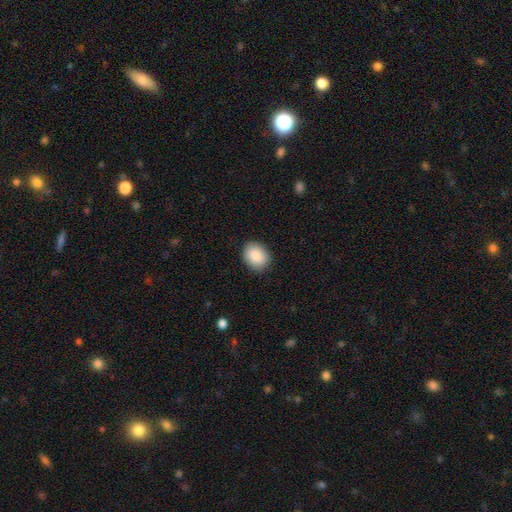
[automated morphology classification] Smooth or featured?
  - smooth: 88% *
  - star or artifact: 7%
  - featured or disk: 5%
How rounded?
  - in between: 58% *
  - round: 42%
  - cigar-shaped: 1%
Merging?
  - none: 88% *
  - minor disturbance: 9%
  - major disturbance: 2%
  - merger: 1%